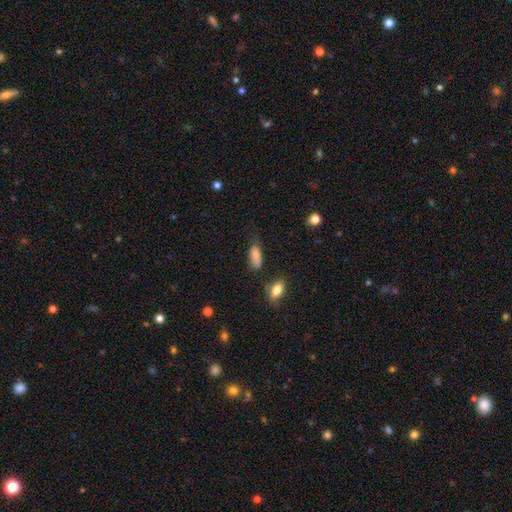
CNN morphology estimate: smooth_or_featured: smooth (p=0.84) [alt: star or artifact p=0.08]
how_rounded: in between (p=0.81) [alt: cigar-shaped p=0.16]
merging: none (p=0.58) [alt: minor disturbance p=0.29]